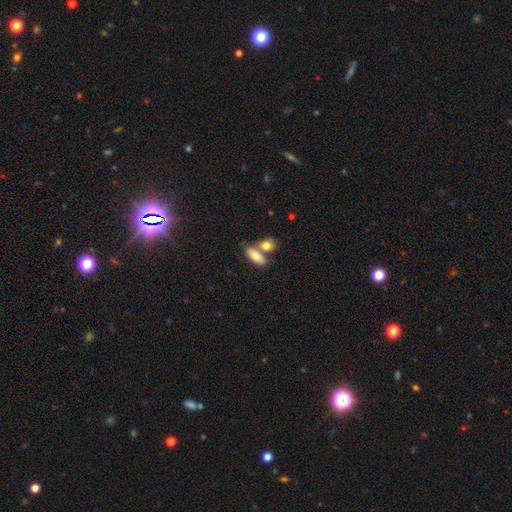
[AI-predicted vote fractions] Smooth or featured? smooth (85%)
How rounded? in between (85%)
Merging? none (46%)